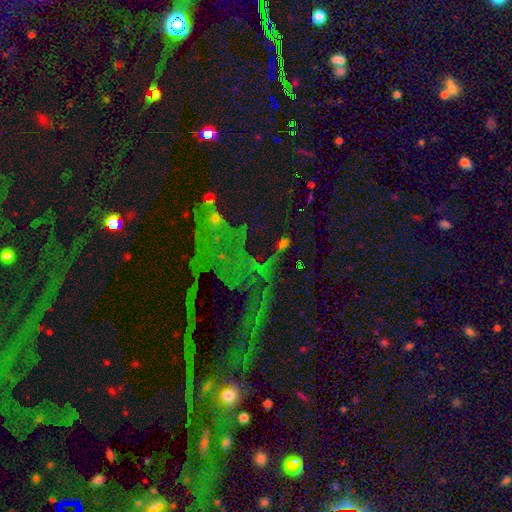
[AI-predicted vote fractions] This appears to be a star or artifact, not a galaxy (75%).